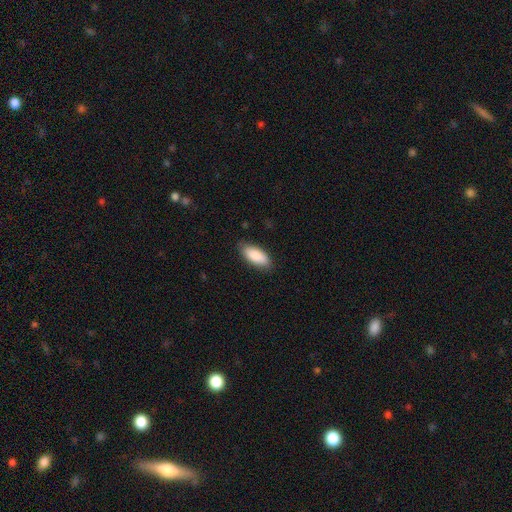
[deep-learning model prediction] Smooth or featured? smooth (88%)
How rounded? in between (86%)
Merging? none (83%)